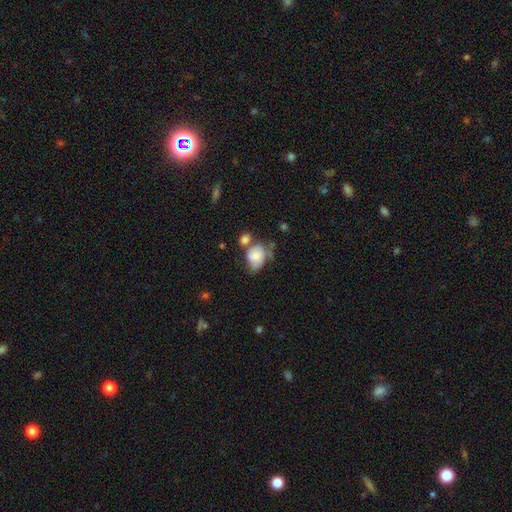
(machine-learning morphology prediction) Q: Smooth or featured?
A: smooth (70%); runner-up: featured or disk (22%)
Q: How rounded?
A: in between (65%); runner-up: round (34%)
Q: Merging?
A: none (31%); runner-up: merger (27%)